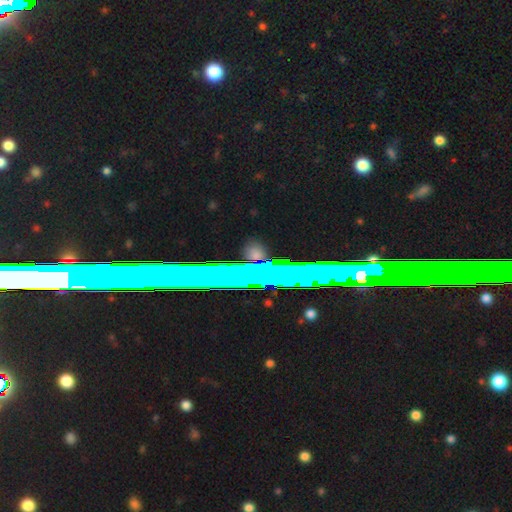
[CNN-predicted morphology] Smooth or featured: star or artifact — 57% (smooth — 28%)